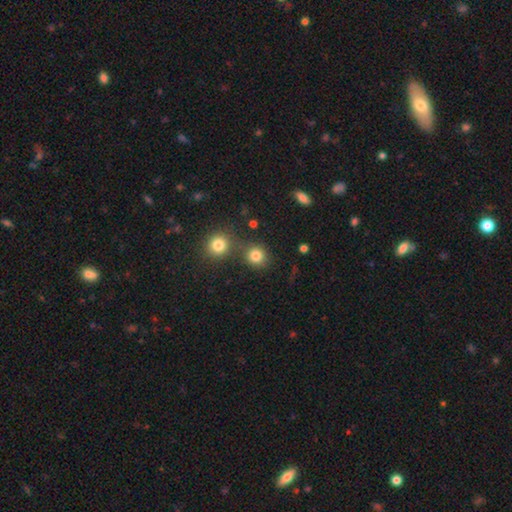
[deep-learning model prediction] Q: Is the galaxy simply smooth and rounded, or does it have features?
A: smooth — 82%.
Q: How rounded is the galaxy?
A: round — 88%.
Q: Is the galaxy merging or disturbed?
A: none — 72%.